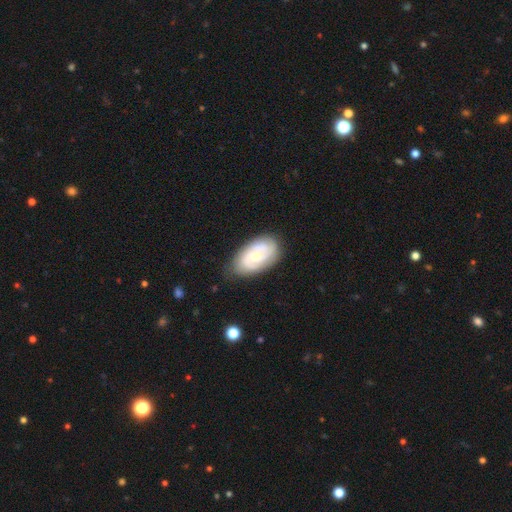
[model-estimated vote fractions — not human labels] A featured or disk galaxy (71%) with no bar (61%), 2 (47%) tight (54%) spiral arms (92%) and a moderate central bulge (51%).

Vote fractions:
- Smooth or featured? featured or disk: 71% / smooth: 24% / star or artifact: 6%
- Edge-on disk? no: 96% / yes: 4%
- Bar? no: 61% / weak: 33% / strong: 5%
- Spiral arms? yes: 92% / no: 8%
- Spiral winding? tight: 54% / medium: 35% / loose: 10%
- Spiral arm count? 2: 47% / can't tell: 25% / 3: 19% / 1: 4% / 4: 4% / more than 4: 3%
- Bulge size? moderate: 51% / small: 42% / large: 4% / none: 2% / dominant: 1%
- Merging? none: 77% / minor disturbance: 17% / major disturbance: 4% / merger: 1%